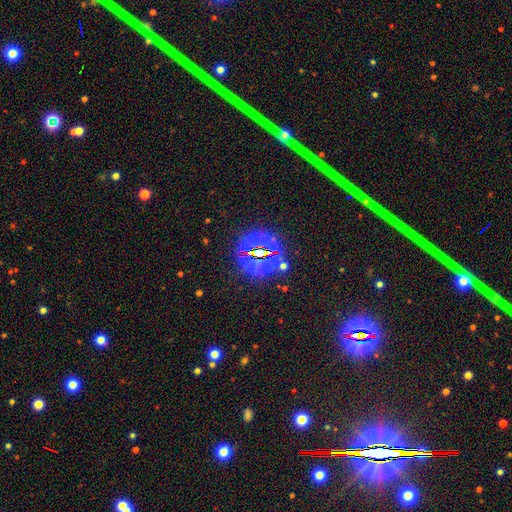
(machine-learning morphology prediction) smooth-or-featured: star or artifact: 82% | smooth: 10% | featured or disk: 8%